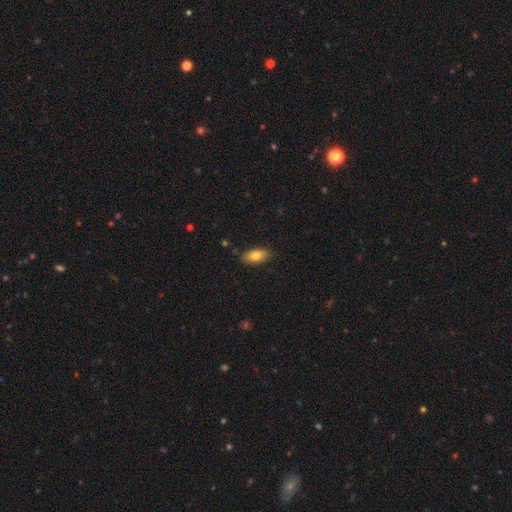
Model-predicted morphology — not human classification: type=smooth (78%); roundness=in between (89%); merging=none (86%).